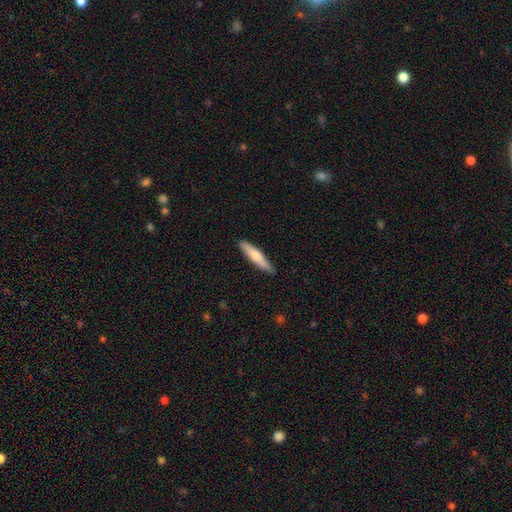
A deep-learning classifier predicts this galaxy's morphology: type=smooth (71%); roundness=cigar-shaped (86%); merging=none (88%).